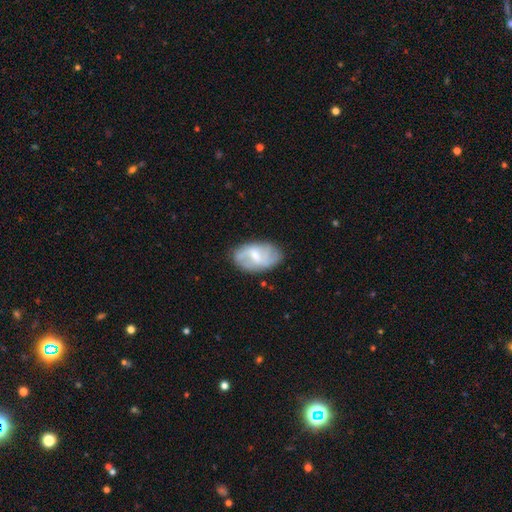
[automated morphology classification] smooth-or-featured: featured or disk: 53% | smooth: 40% | star or artifact: 7%
  disk-edge-on: no: 95% | yes: 5%
    bar: weak: 56% | no: 23% | strong: 21%
    has-spiral-arms: yes: 66% | no: 34%
    bulge-size: moderate: 46% | small: 40% | none: 9% | large: 4% | dominant: 1%
  merging: none: 70% | minor disturbance: 21% | major disturbance: 7% | merger: 2%